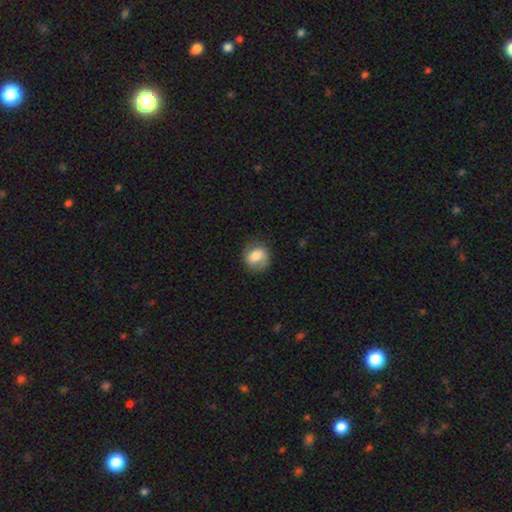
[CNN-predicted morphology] Smooth or featured? Predicted: smooth (p=0.71). How rounded? Predicted: round (p=0.67). Merging? Predicted: none (p=0.75).